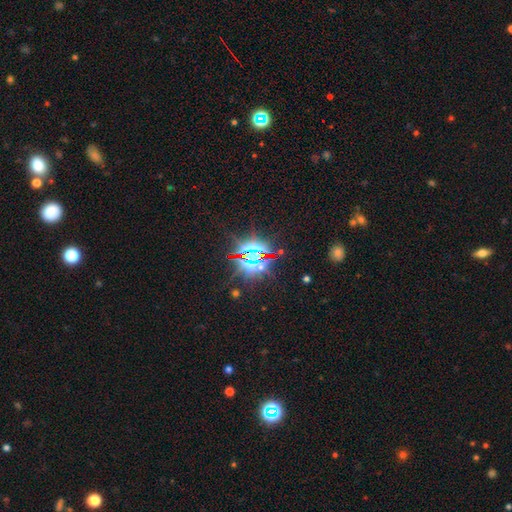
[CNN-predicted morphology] smooth_or_featured: star or artifact (p=0.81) [alt: smooth p=0.09]